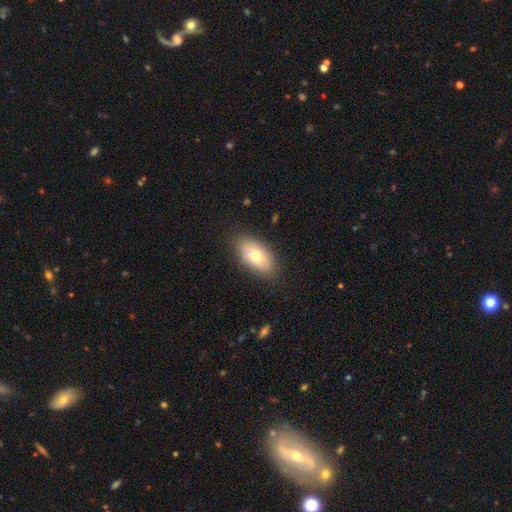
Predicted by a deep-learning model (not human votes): A smooth galaxy with no disk features (71%) that is in between round and cigar-shaped (92%). Merging: none (84%).